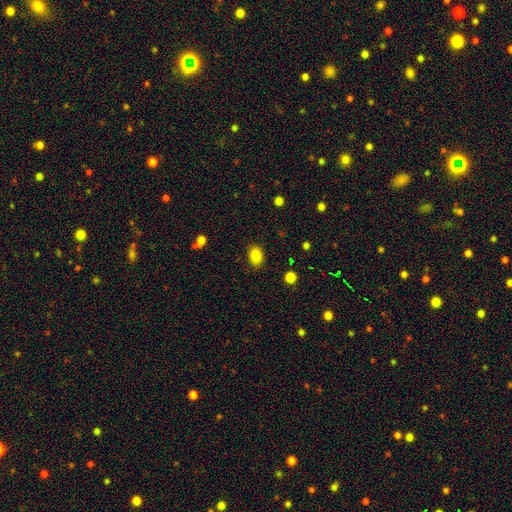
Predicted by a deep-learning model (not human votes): A smooth galaxy with no disk features (87%) that is in between round and cigar-shaped (80%).

Vote fractions:
- Smooth or featured? smooth: 87% / star or artifact: 9% / featured or disk: 4%
- How rounded? in between: 80% / round: 18% / cigar-shaped: 1%
- Merging? none: 84% / minor disturbance: 11% / major disturbance: 3% / merger: 1%